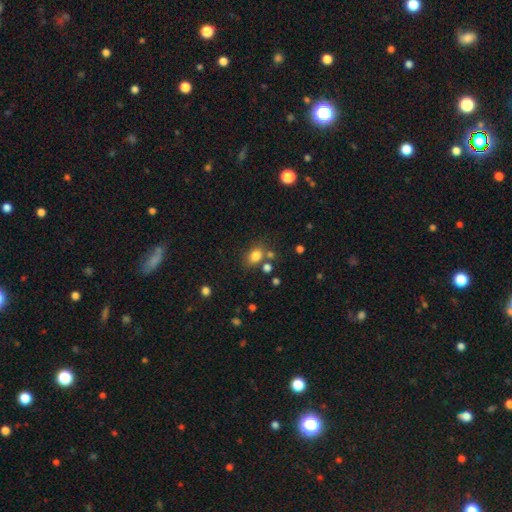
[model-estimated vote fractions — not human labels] Smooth or featured? Predicted: smooth (p=0.80). How rounded? Predicted: in between (p=0.67). Merging? Predicted: none (p=0.66).